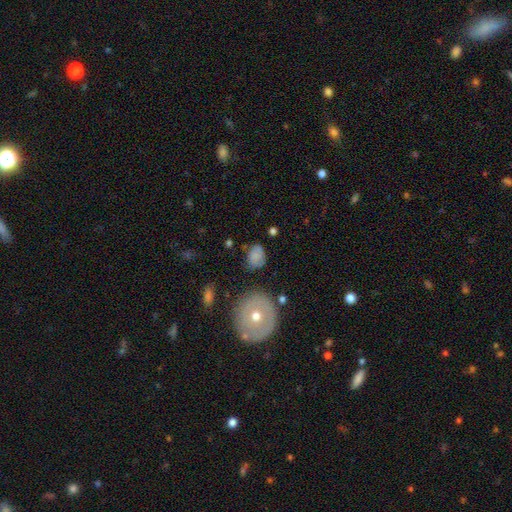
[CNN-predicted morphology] Overall: smooth (73%). How rounded: in between (57%; round 41%). Merging: none (64%).